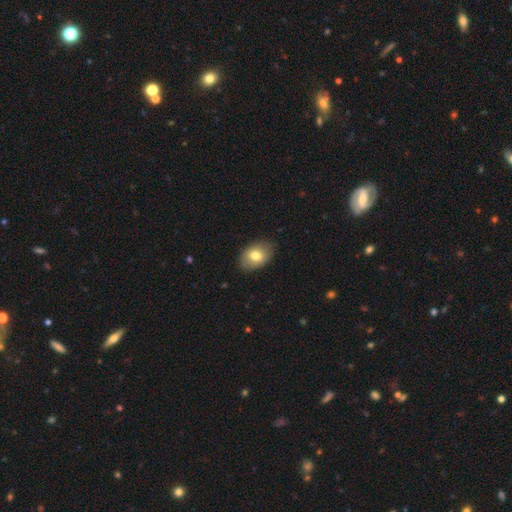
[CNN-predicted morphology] Smooth or featured: smooth — 76% (featured or disk — 16%)
How rounded: in between — 83% (round — 15%)
Merging: none — 84% (minor disturbance — 13%)